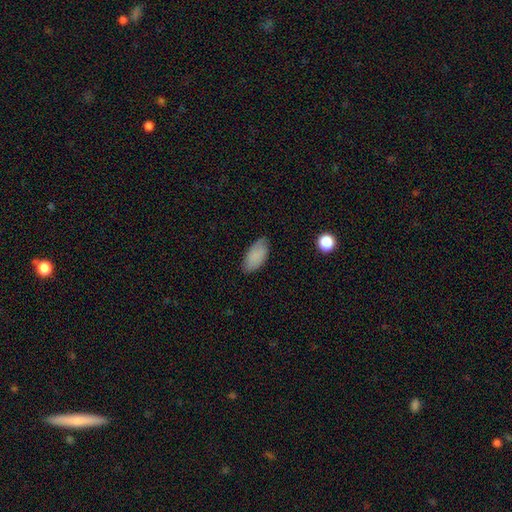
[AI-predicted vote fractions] A smooth galaxy with no disk features (86%) that is in between round and cigar-shaped (93%).

Vote fractions:
- Smooth or featured? smooth: 86% / star or artifact: 7% / featured or disk: 7%
- How rounded? in between: 93% / cigar-shaped: 4% / round: 2%
- Merging? none: 80% / minor disturbance: 16% / major disturbance: 3% / merger: 1%